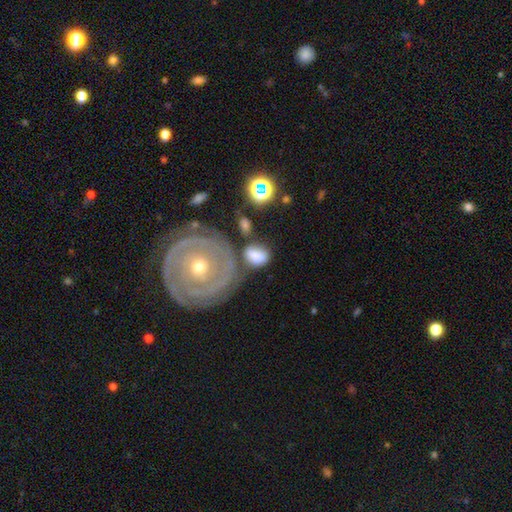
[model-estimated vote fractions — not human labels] Smooth or featured: smooth — 70% (featured or disk — 22%)
How rounded: in between — 66% (round — 32%)
Merging: none — 51% (minor disturbance — 20%)